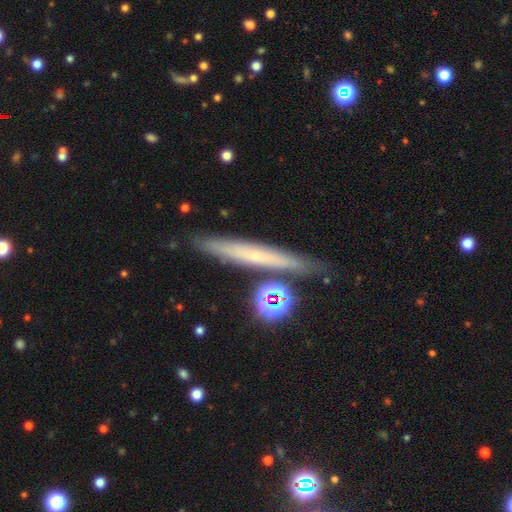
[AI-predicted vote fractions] Smooth or featured: smooth — 44% (featured or disk — 42%)
Merging: none — 80% (minor disturbance — 11%)